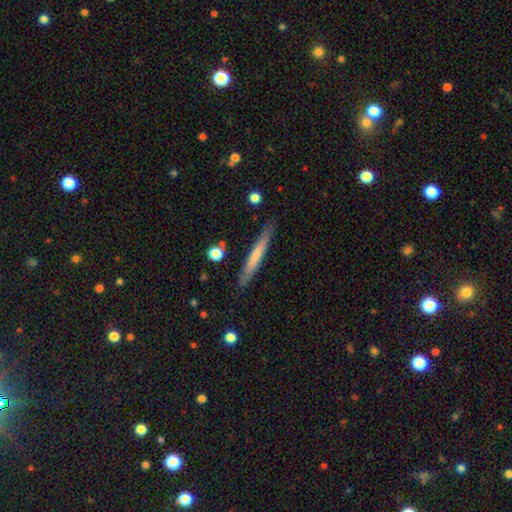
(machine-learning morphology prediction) smooth_or_featured: smooth (p=0.62) [alt: featured or disk p=0.33]
how_rounded: cigar-shaped (p=0.96) [alt: in between p=0.03]
merging: none (p=0.87) [alt: minor disturbance p=0.10]